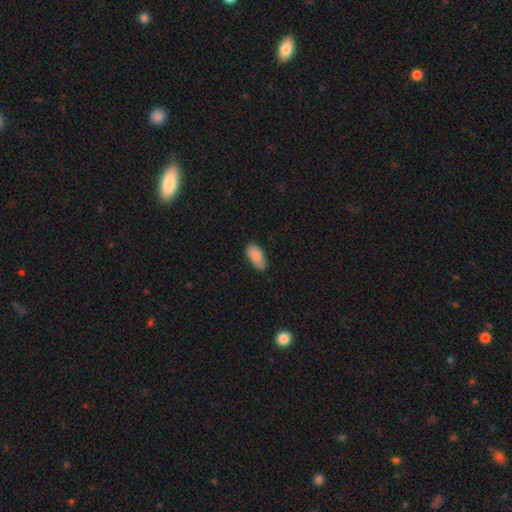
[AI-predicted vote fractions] A smooth galaxy with no disk features (87%) that is in between round and cigar-shaped (92%). Merging: none (76%).